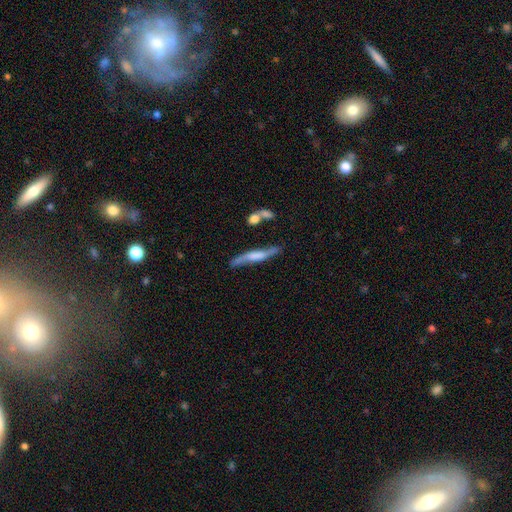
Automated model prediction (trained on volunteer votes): smooth-or-featured: featured or disk: 64% | smooth: 30% | star or artifact: 6%
  disk-edge-on: yes: 65% | no: 35%
  merging: none: 62% | minor disturbance: 21% | merger: 10% | major disturbance: 8%